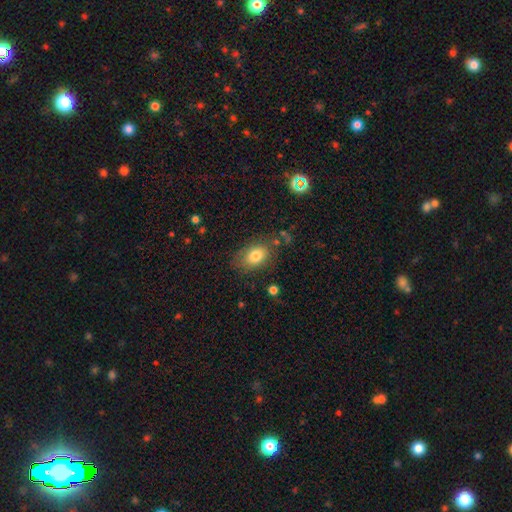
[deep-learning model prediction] A smooth galaxy with no disk features (79%) that is in between round and cigar-shaped (79%).

Vote fractions:
- Smooth or featured? smooth: 79% / featured or disk: 12% / star or artifact: 9%
- How rounded? in between: 79% / round: 19% / cigar-shaped: 1%
- Merging? none: 74% / minor disturbance: 17% / major disturbance: 6% / merger: 3%